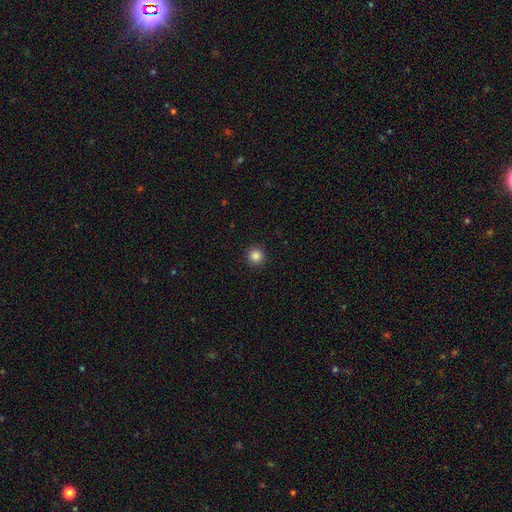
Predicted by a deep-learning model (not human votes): Smooth or featured: smooth — 86% (star or artifact — 11%)
How rounded: round — 96% (in between — 3%)
Merging: none — 93% (minor disturbance — 4%)